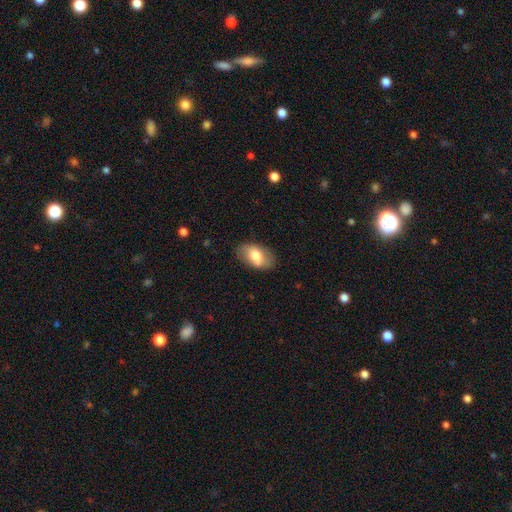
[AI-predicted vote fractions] A smooth galaxy with no disk features (72%) that is in between round and cigar-shaped (92%).

Vote fractions:
- Smooth or featured? smooth: 72% / featured or disk: 21% / star or artifact: 7%
- How rounded? in between: 92% / round: 6% / cigar-shaped: 2%
- Merging? none: 80% / minor disturbance: 15% / major disturbance: 4% / merger: 1%